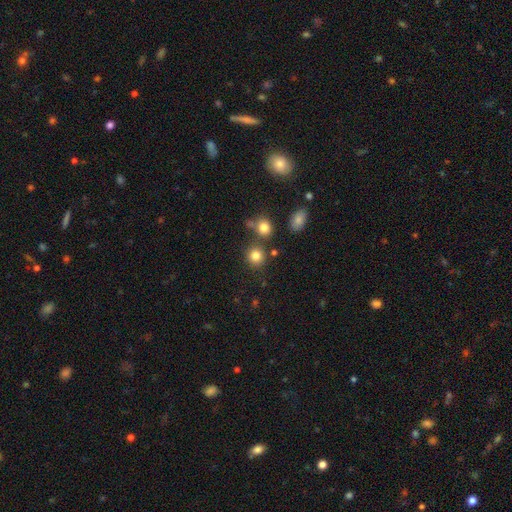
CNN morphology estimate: This appears to be a smooth galaxy with no disk features (82%) that is round (87%). Merging: none (75%).